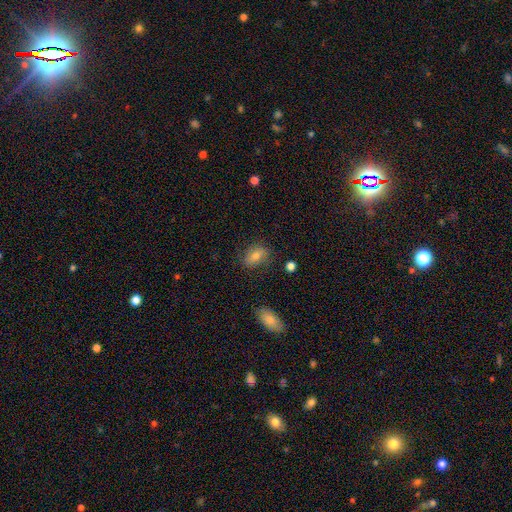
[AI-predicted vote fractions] Smooth or featured? Predicted: smooth (p=0.71). How rounded? Predicted: in between (p=0.78). Merging? Predicted: none (p=0.80).